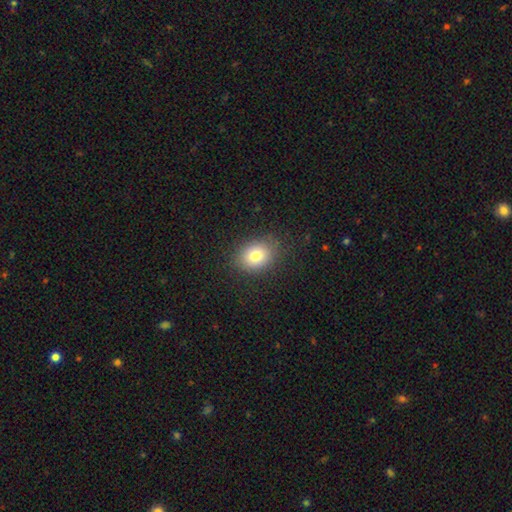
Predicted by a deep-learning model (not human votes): This is likely a smooth galaxy (79%). How rounded: possibly in between (53%). Merging: clearly none (84%).